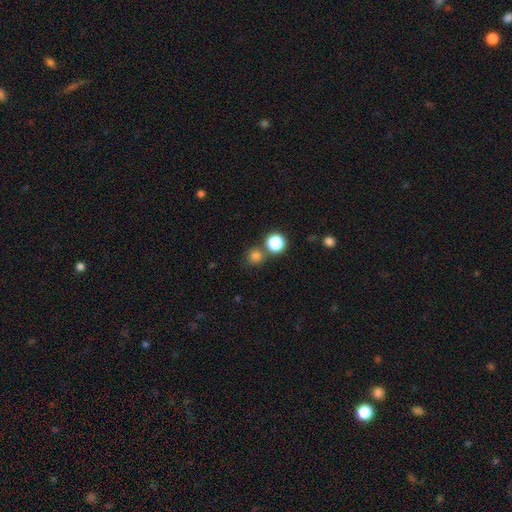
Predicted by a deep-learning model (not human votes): smooth-or-featured: smooth: 77% | star or artifact: 18% | featured or disk: 5%
  how-rounded: round: 89% | in between: 10% | cigar-shaped: 1%
  merging: none: 70% | merger: 17% | minor disturbance: 9% | major disturbance: 3%